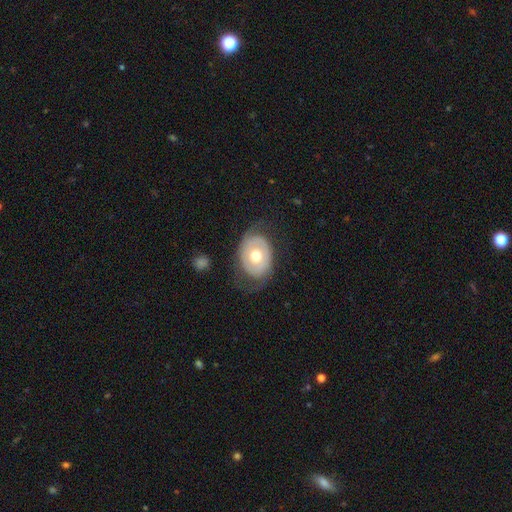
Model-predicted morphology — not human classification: Smooth or featured?
  - featured or disk: 55% *
  - smooth: 39%
  - star or artifact: 6%
Edge-on disk?
  - no: 94% *
  - yes: 6%
Bar?
  - no: 83% *
  - weak: 13%
  - strong: 4%
Spiral arms?
  - no: 59% *
  - yes: 41%
Bulge size?
  - moderate: 78% *
  - small: 10%
  - large: 9%
  - dominant: 1%
  - none: 1%
Merging?
  - none: 66% *
  - minor disturbance: 19%
  - major disturbance: 14%
  - merger: 2%